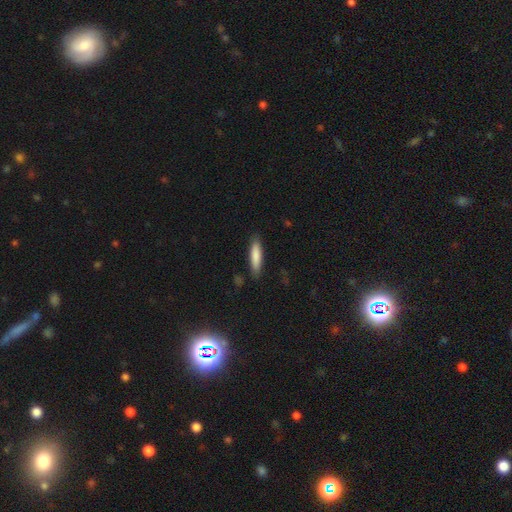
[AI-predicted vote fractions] Smooth or featured: smooth — 82% (featured or disk — 13%)
How rounded: cigar-shaped — 78% (in between — 20%)
Merging: none — 86% (minor disturbance — 11%)